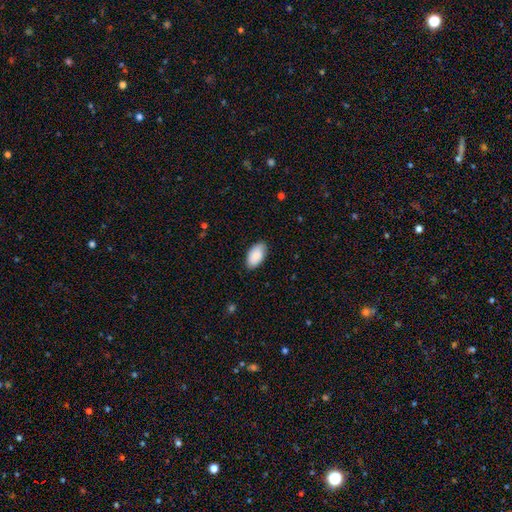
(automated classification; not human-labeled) Smooth or featured? Predicted: smooth (p=0.86). How rounded? Predicted: in between (p=0.95). Merging? Predicted: none (p=0.84).